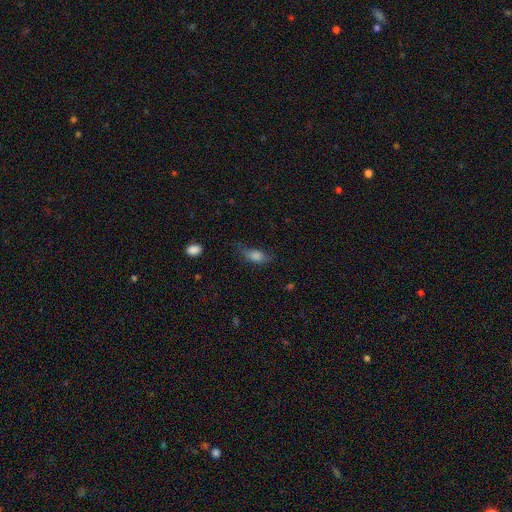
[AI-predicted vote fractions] Morphology: type=smooth (76%); roundness=in between (83%); merging=none (51%).